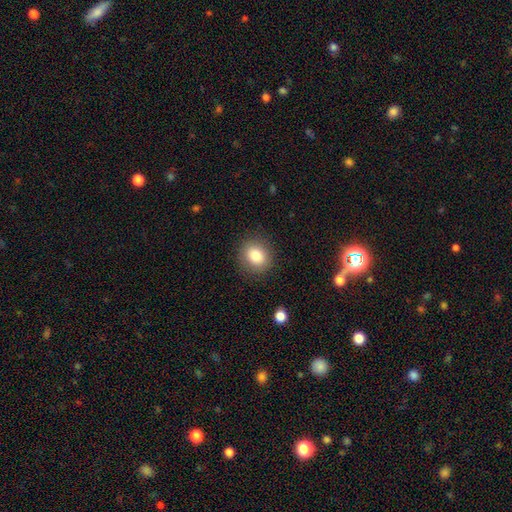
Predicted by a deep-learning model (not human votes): A smooth galaxy with no disk features (82%) that is round (73%).

Vote fractions:
- Smooth or featured? smooth: 82% / star or artifact: 10% / featured or disk: 9%
- How rounded? round: 73% / in between: 26% / cigar-shaped: 1%
- Merging? none: 87% / minor disturbance: 8% / major disturbance: 3% / merger: 1%